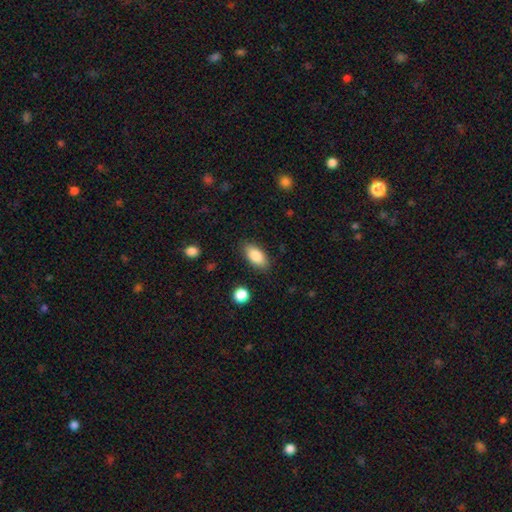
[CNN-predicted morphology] Smooth or featured? smooth (85%)
How rounded? in between (90%)
Merging? none (86%)